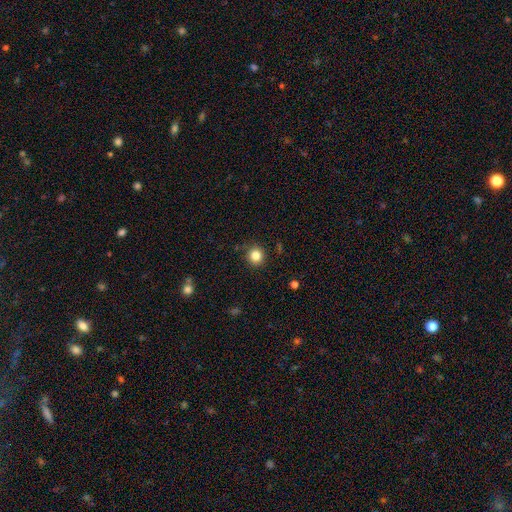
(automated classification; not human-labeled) smooth-or-featured: smooth: 83% | star or artifact: 11% | featured or disk: 5%
  how-rounded: round: 93% | in between: 6% | cigar-shaped: 1%
  merging: none: 89% | minor disturbance: 7% | major disturbance: 2% | merger: 1%